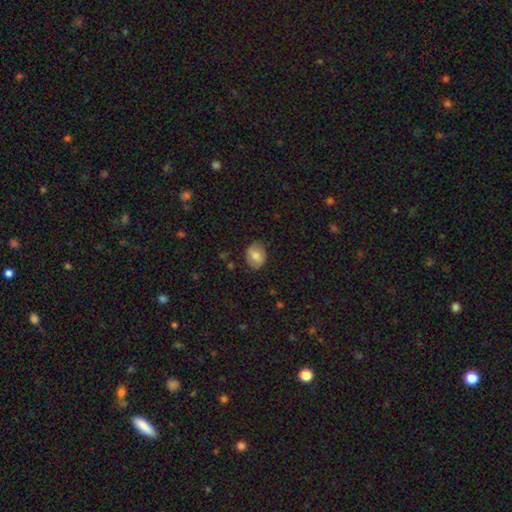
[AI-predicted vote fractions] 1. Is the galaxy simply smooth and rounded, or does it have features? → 75% smooth, 17% featured or disk, 8% star or artifact.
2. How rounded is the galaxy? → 61% in between, 38% round, 1% cigar-shaped.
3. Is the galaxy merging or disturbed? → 83% none, 13% minor disturbance, 3% major disturbance, 1% merger.